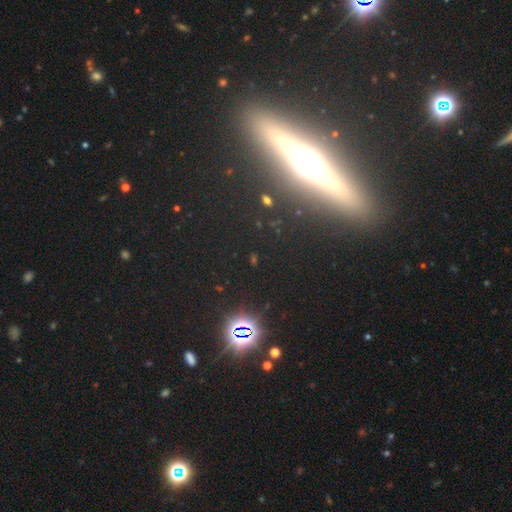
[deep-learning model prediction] A featured or disk galaxy (75%) viewed edge-on (97%) with a rounded central bulge (81%). Merging: none (90%).